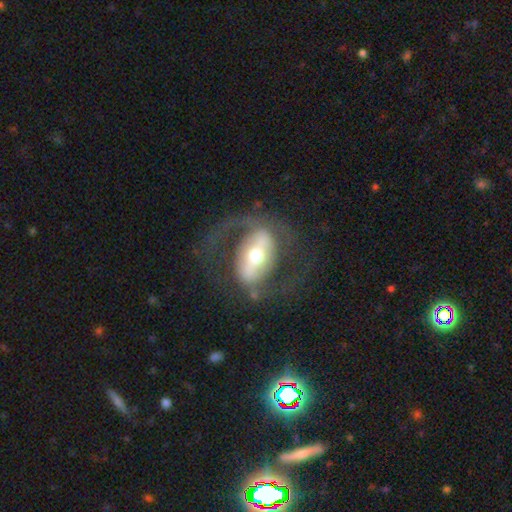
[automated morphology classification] featured or disk 81%, smooth 14%, star or artifact 5%. Down the decision tree: edge-on disk — no (93%); bar — strong (61%); spiral arms — yes (78%); spiral arm count — 2 (84%); spiral winding — medium (51%); bulge size — moderate (58%); merging — none (64%).